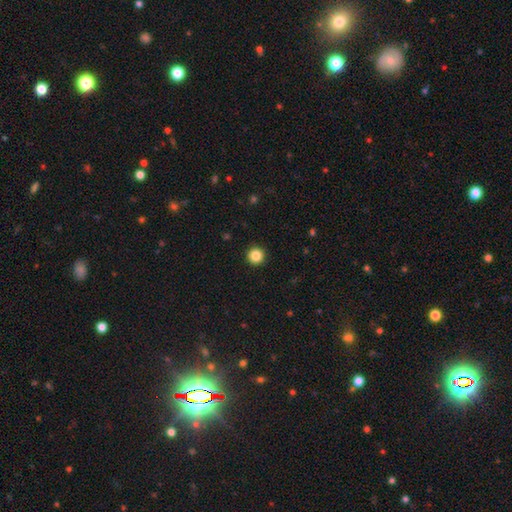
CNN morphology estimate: The model was most divided on "smooth or featured": smooth: 86%, star or artifact: 11%, featured or disk: 4%. More confident: how rounded — round (96%); merging — none (94%).